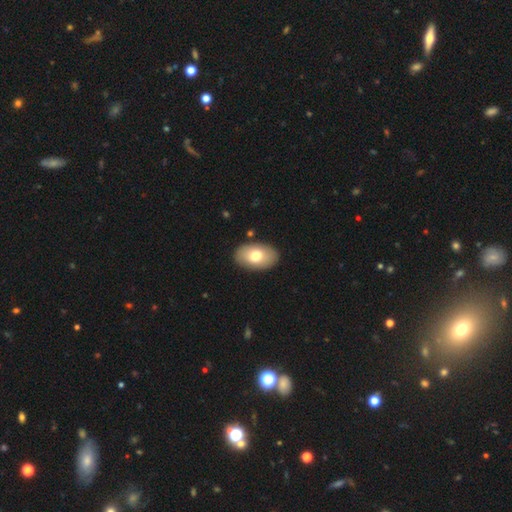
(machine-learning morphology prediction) Smooth or featured? smooth (73%)
How rounded? in between (93%)
Merging? none (88%)